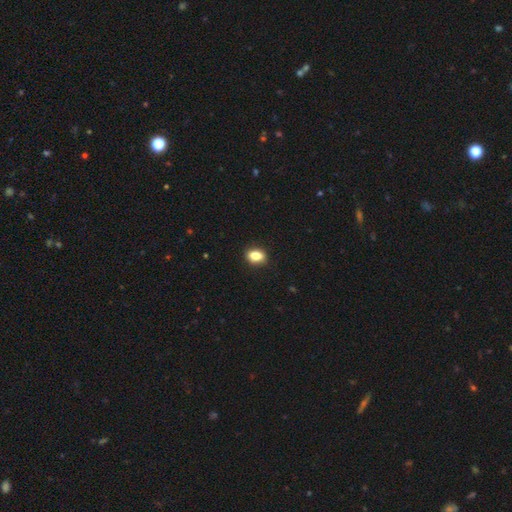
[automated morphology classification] The model was most divided on "how rounded": in between: 75%, round: 23%, cigar-shaped: 2%. More confident: merging — none (87%); smooth or featured — smooth (82%).